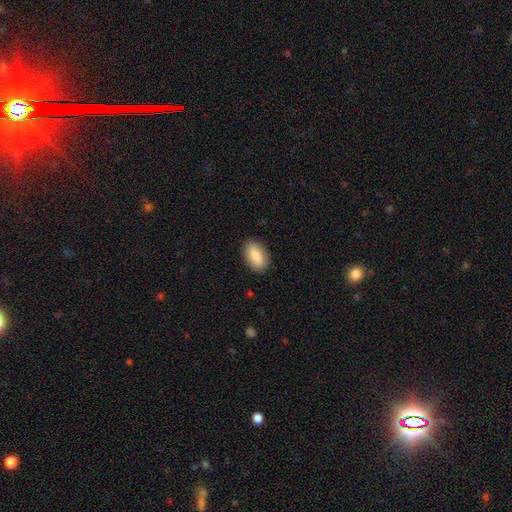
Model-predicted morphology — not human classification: A smooth galaxy with no disk features (83%) that is in between round and cigar-shaped (91%).

Vote fractions:
- Smooth or featured? smooth: 83% / featured or disk: 11% / star or artifact: 6%
- How rounded? in between: 91% / round: 6% / cigar-shaped: 2%
- Merging? none: 88% / minor disturbance: 9% / major disturbance: 2% / merger: 1%